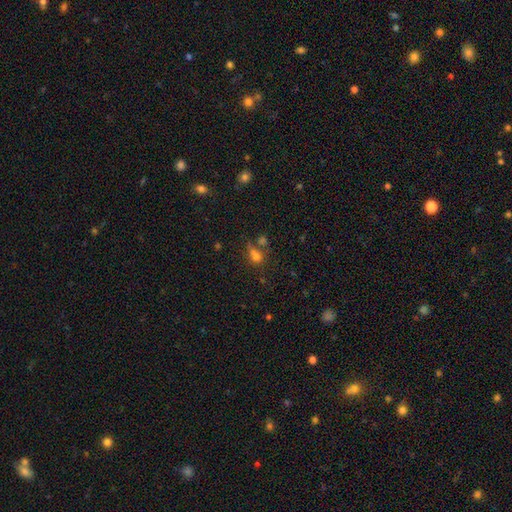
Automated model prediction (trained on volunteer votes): Smooth or featured? smooth (64%)
How rounded? round (59%)
Merging? none (45%)